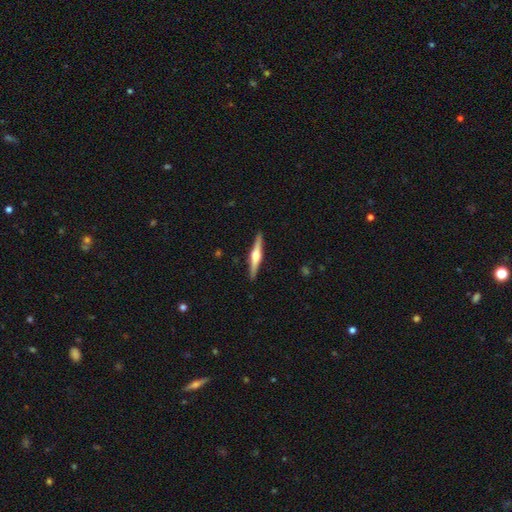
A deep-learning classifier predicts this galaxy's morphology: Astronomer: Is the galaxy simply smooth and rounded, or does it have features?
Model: featured or disk — 74%.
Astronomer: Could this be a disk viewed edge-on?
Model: yes — 98%.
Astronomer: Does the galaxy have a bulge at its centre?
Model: rounded — 91%.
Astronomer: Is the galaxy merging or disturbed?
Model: none — 92%.